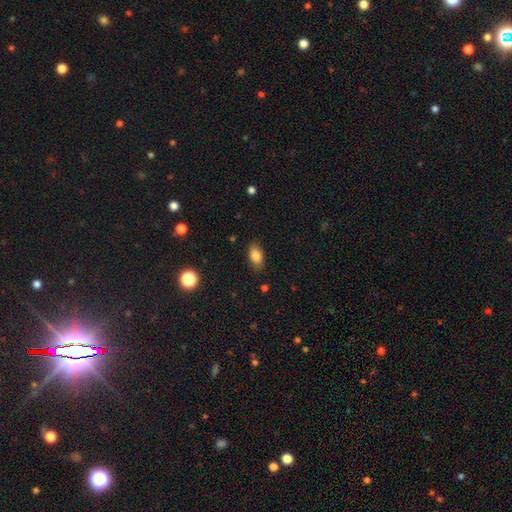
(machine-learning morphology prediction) A smooth galaxy with no disk features (83%) that is in between round and cigar-shaped (89%).

Vote fractions:
- Smooth or featured? smooth: 83% / star or artifact: 9% / featured or disk: 8%
- How rounded? in between: 89% / round: 7% / cigar-shaped: 4%
- Merging? none: 84% / minor disturbance: 11% / major disturbance: 3% / merger: 1%